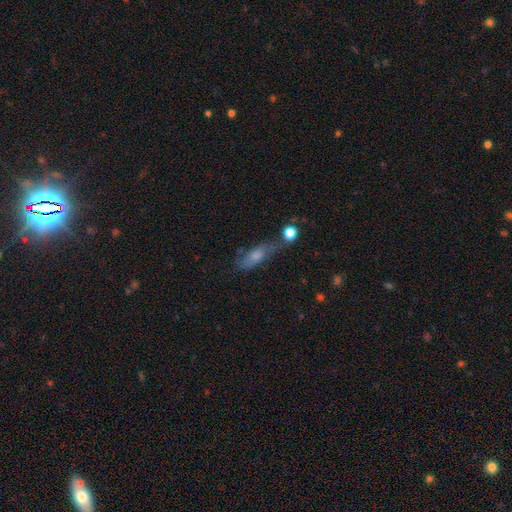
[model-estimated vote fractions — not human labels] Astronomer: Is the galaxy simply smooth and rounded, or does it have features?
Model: smooth — 45% (runner-up: featured or disk, 40%).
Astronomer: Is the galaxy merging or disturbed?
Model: none — 46% (runner-up: minor disturbance, 22%).